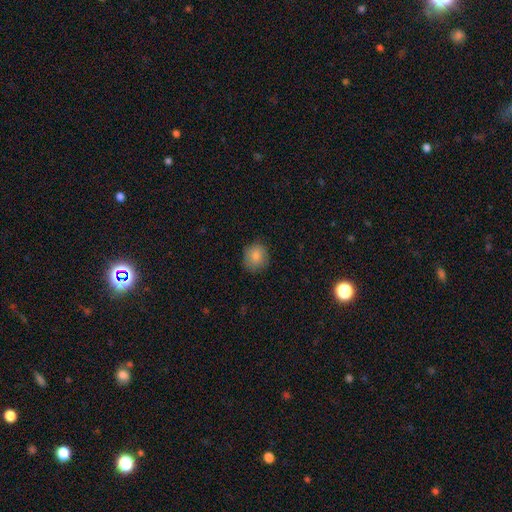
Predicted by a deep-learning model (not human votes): The model was most divided on "merging": none: 82%, minor disturbance: 14%, major disturbance: 3%, merger: 1%. More confident: how rounded — round (84%); smooth or featured — smooth (84%).